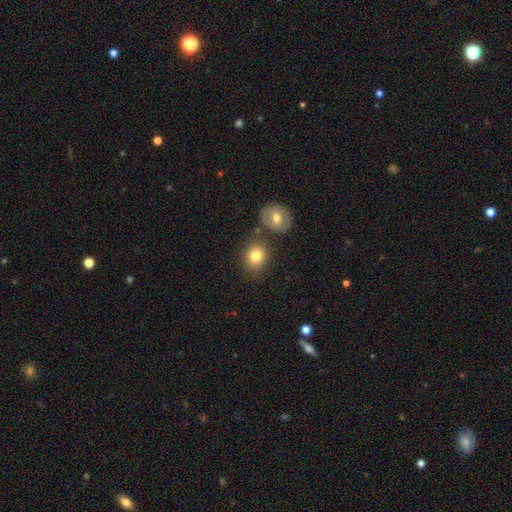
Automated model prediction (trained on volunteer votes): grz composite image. It shows a smooth galaxy with no disk features (80%) that is round (66%). Merging: none (68%).